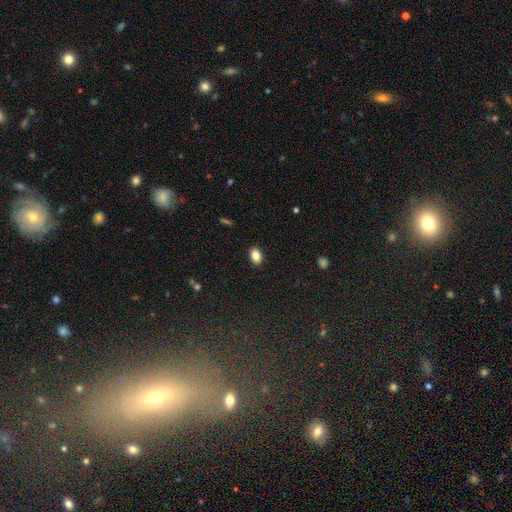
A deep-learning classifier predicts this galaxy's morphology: A smooth galaxy with no disk features (86%) that is in between round and cigar-shaped (84%).

Vote fractions:
- Smooth or featured? smooth: 86% / star or artifact: 9% / featured or disk: 5%
- How rounded? in between: 84% / round: 14% / cigar-shaped: 2%
- Merging? none: 89% / minor disturbance: 8% / major disturbance: 2% / merger: 1%